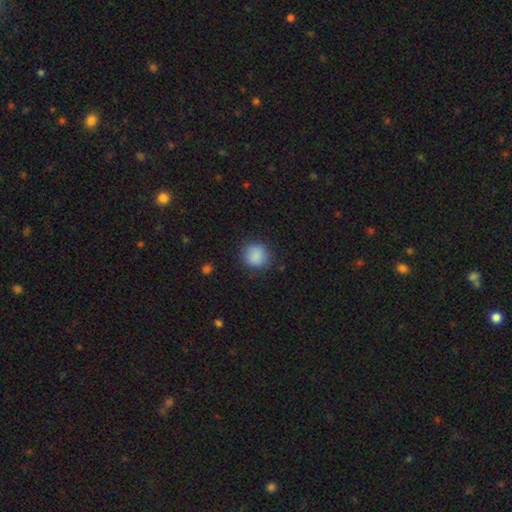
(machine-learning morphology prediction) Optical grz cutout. It shows a smooth galaxy with no disk features (88%) that is round (88%). Merging: none (86%).